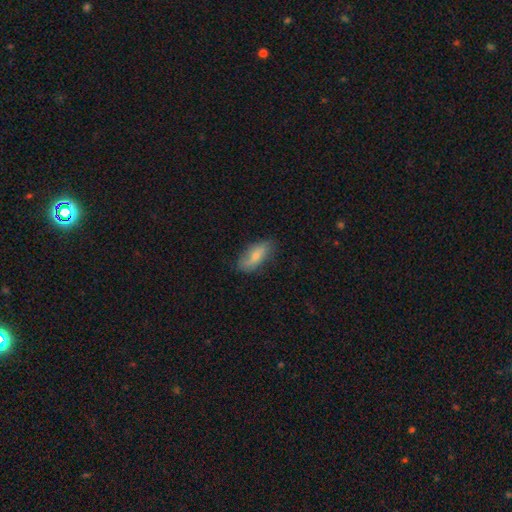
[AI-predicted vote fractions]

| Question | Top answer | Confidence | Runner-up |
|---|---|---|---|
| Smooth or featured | smooth | 64% | featured or disk (30%) |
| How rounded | in between | 84% | cigar-shaped (13%) |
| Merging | none | 73% | minor disturbance (21%) |